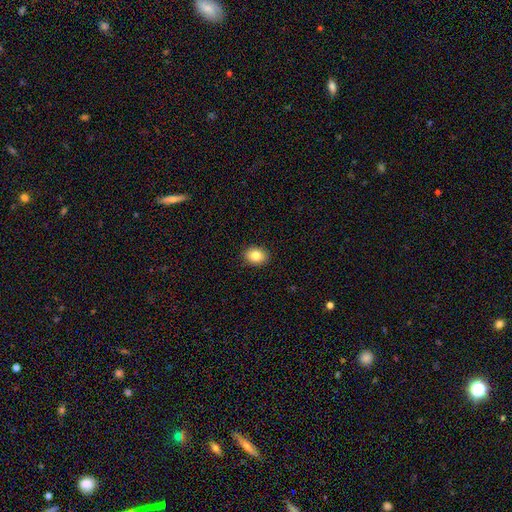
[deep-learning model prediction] Q: Smooth or featured?
A: smooth (83%); runner-up: star or artifact (9%)
Q: How rounded?
A: in between (55%); runner-up: round (44%)
Q: Merging?
A: none (91%); runner-up: minor disturbance (7%)